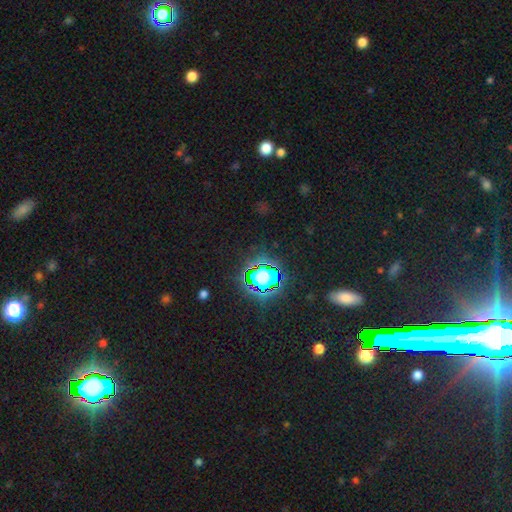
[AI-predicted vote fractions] The model was most divided on "smooth or featured": star or artifact: 80%, smooth: 11%, featured or disk: 9%.